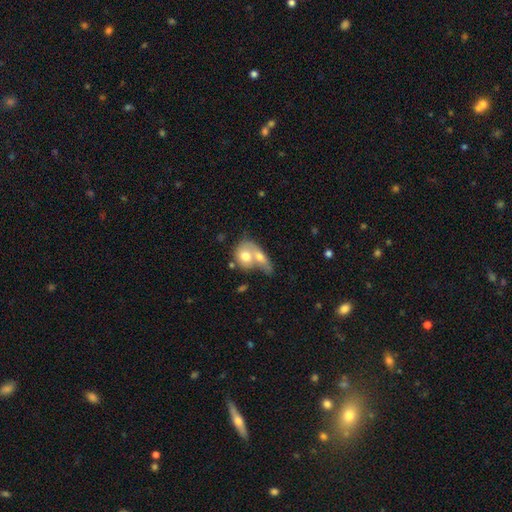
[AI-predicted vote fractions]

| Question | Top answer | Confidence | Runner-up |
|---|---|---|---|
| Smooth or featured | smooth | 62% | featured or disk (31%) |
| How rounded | in between | 51% | round (44%) |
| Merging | merger | 73% | none (14%) |